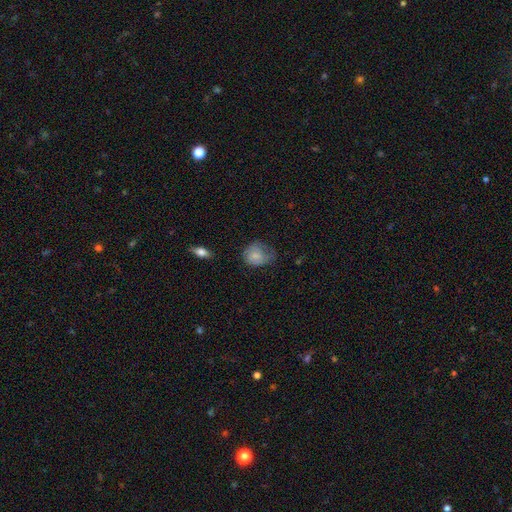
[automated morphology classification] smooth-or-featured: smooth: 73% | featured or disk: 19% | star or artifact: 8%
  how-rounded: round: 62% | in between: 37% | cigar-shaped: 1%
  merging: none: 43% | minor disturbance: 36% | major disturbance: 19% | merger: 2%